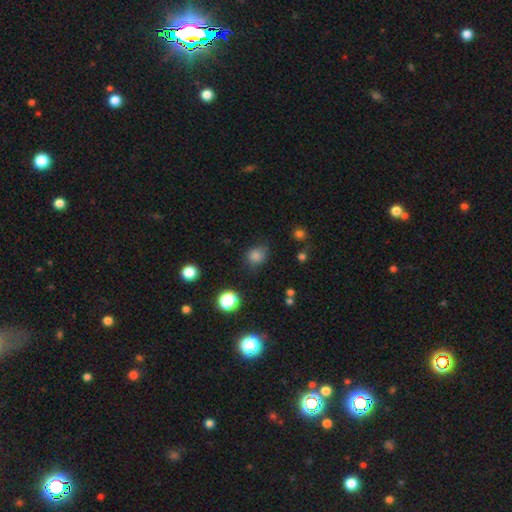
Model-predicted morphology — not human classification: Smooth or featured? Predicted: smooth (p=0.78). How rounded? Predicted: round (p=0.67). Merging? Predicted: none (p=0.67).